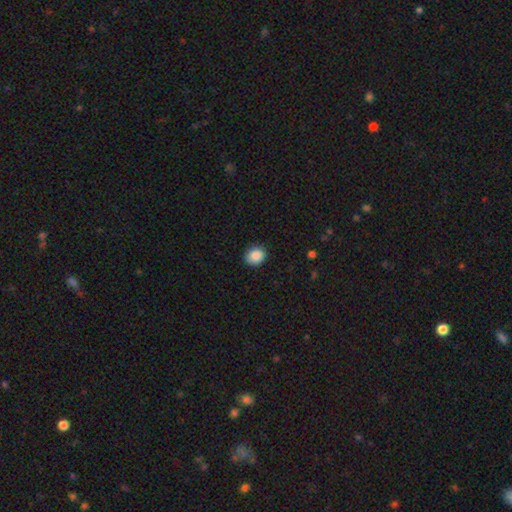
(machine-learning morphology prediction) Smooth or featured: smooth — 88% (star or artifact — 8%)
How rounded: round — 74% (in between — 25%)
Merging: none — 87% (minor disturbance — 10%)